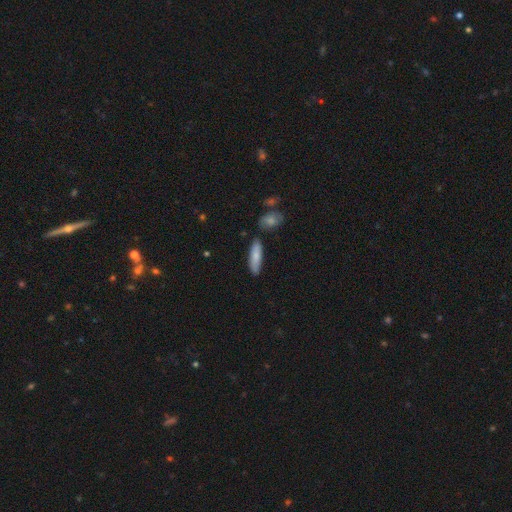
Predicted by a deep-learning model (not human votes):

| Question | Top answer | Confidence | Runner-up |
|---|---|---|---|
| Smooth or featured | smooth | 79% | featured or disk (15%) |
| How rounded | cigar-shaped | 59% | in between (39%) |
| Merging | none | 82% | minor disturbance (12%) |